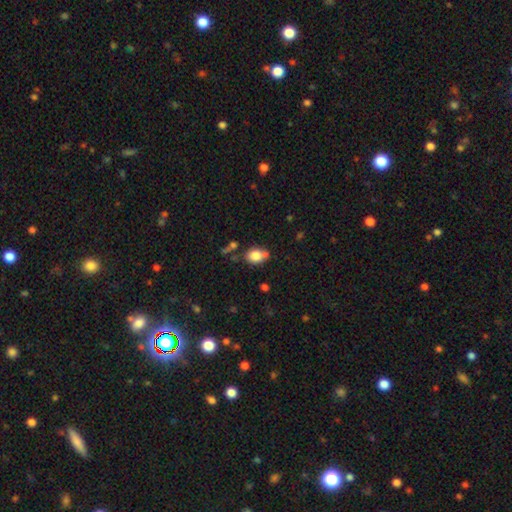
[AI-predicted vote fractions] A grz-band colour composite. It shows a smooth galaxy with no disk features (80%) that is in between round and cigar-shaped (67%). Merging: none (58%).